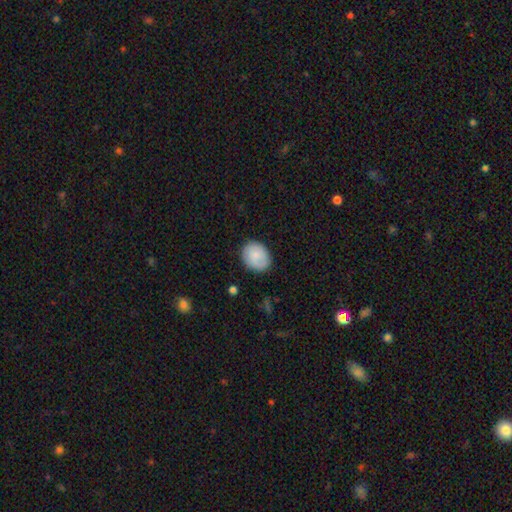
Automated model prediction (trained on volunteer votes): Overall: smooth (79%). How rounded: round (52%; in between 47%). Merging: none (84%).